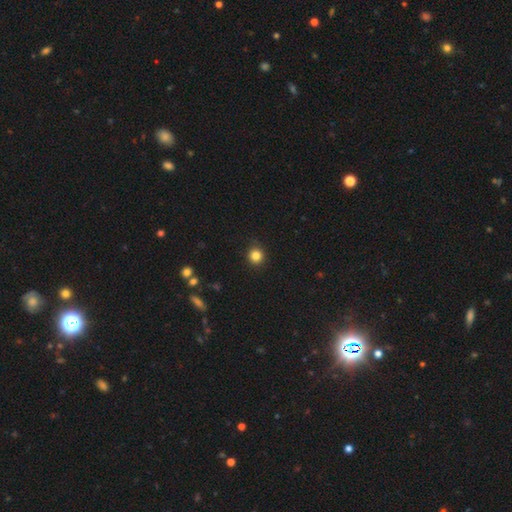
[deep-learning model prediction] This is clearly a smooth galaxy (84%). How rounded: clearly round (93%). Merging: clearly none (90%).